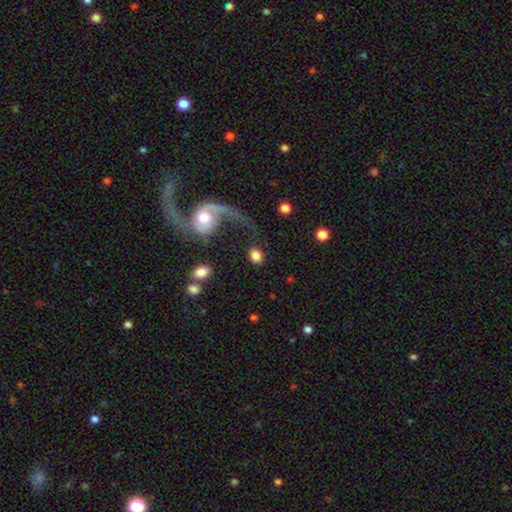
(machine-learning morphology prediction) This is clearly a smooth galaxy (80%). How rounded: possibly in between (51%). Merging: likely none (65%).